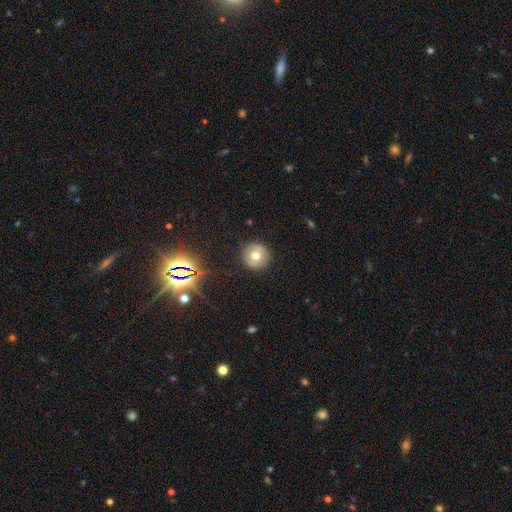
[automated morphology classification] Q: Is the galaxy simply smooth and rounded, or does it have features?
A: smooth — 65%.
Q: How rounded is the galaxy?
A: round — 95%.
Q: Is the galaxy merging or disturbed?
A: none — 90%.